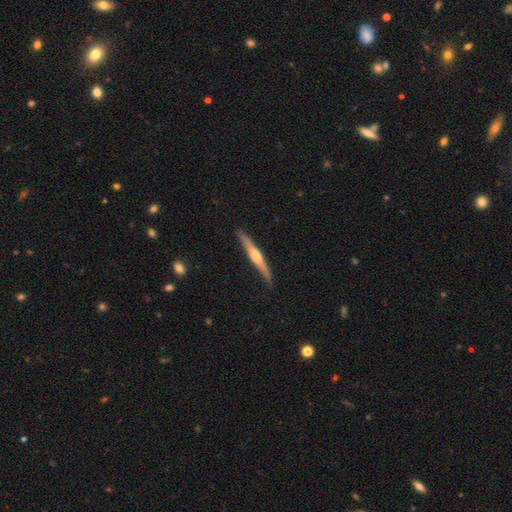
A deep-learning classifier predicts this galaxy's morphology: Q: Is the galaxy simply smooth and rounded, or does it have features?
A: featured or disk — 67%.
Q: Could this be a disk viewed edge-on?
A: yes — 97%.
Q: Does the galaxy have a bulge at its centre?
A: rounded — 86%.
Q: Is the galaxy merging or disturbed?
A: none — 87%.